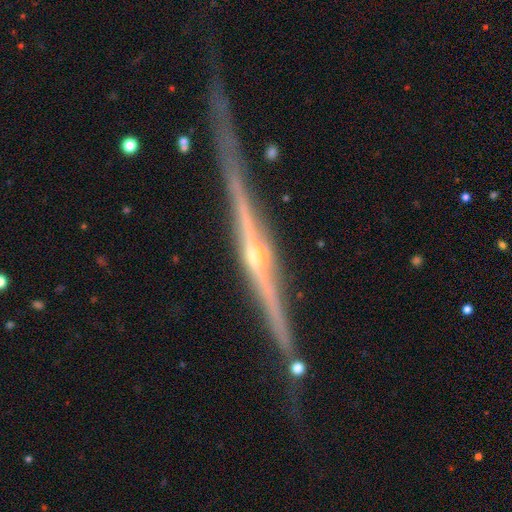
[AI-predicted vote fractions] Morphology: type=featured or disk (90%); edge-on=yes (98%); edge-on bulge=rounded (78%); merging=none (75%).